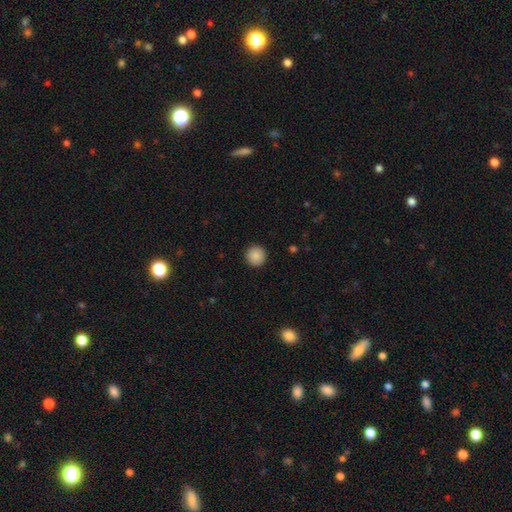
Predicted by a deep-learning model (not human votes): Overall: smooth (88%). How rounded: round (95%). Merging: none (92%).